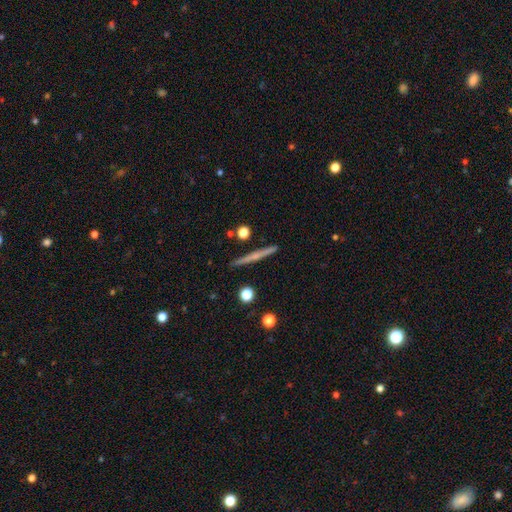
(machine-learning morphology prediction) Q: Smooth or featured?
A: featured or disk (56%); runner-up: smooth (37%)
Q: Edge-on disk?
A: yes (97%); runner-up: no (3%)
Q: Edge-on bulge?
A: none (61%); runner-up: rounded (33%)
Q: Merging?
A: none (91%); runner-up: minor disturbance (6%)